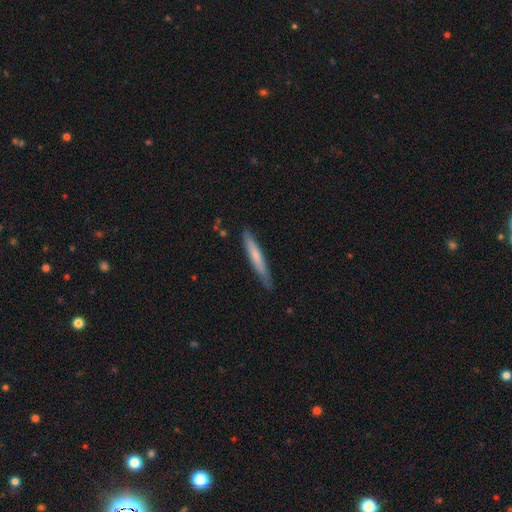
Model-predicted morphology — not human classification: smooth 63%, featured or disk 32%, star or artifact 5%. Down the decision tree: how rounded — cigar-shaped (95%); merging — none (82%).